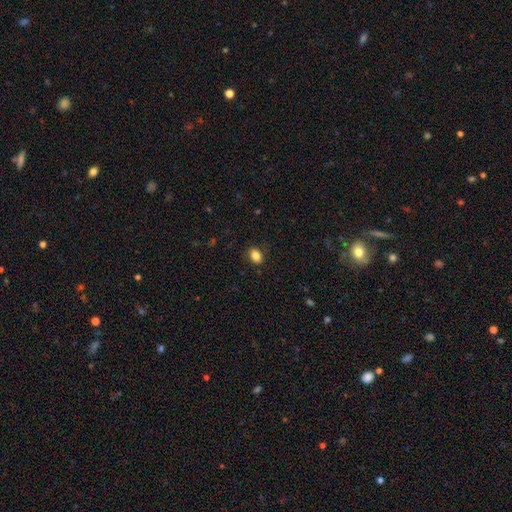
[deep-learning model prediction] This appears to be a smooth galaxy with no disk features (85%) that is in between round and cigar-shaped (69%). Merging: none (86%).